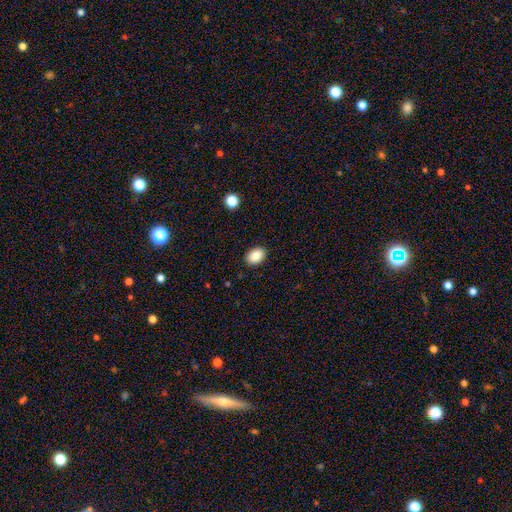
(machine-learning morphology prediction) A smooth galaxy with no disk features (88%) that is in between round and cigar-shaped (81%). Merging: none (89%).